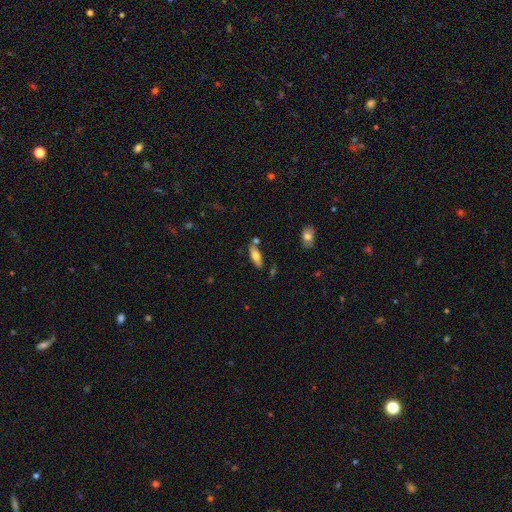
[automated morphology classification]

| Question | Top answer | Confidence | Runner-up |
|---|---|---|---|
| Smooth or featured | smooth | 66% | featured or disk (27%) |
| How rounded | in between | 67% | cigar-shaped (31%) |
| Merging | none | 74% | minor disturbance (14%) |